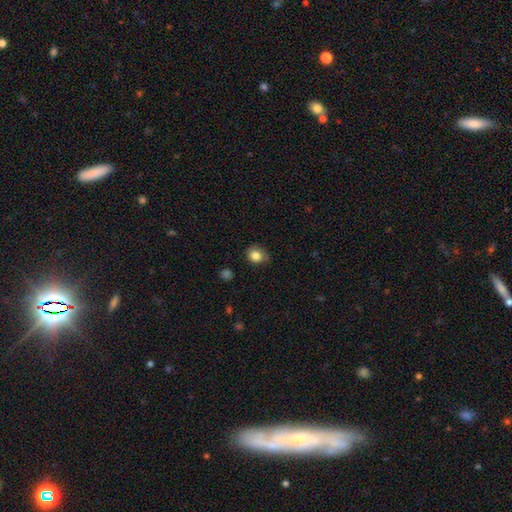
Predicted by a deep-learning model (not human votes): Smooth or featured: smooth — 84% (star or artifact — 10%)
How rounded: round — 64% (in between — 35%)
Merging: none — 73% (minor disturbance — 22%)